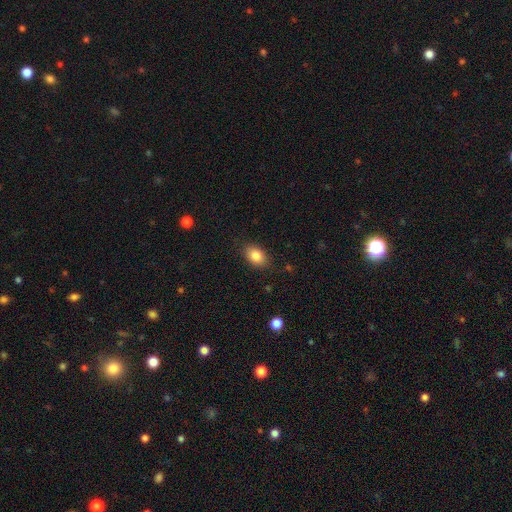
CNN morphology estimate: Smooth or featured: smooth — 84% (star or artifact — 8%)
How rounded: in between — 84% (round — 15%)
Merging: none — 85% (minor disturbance — 11%)